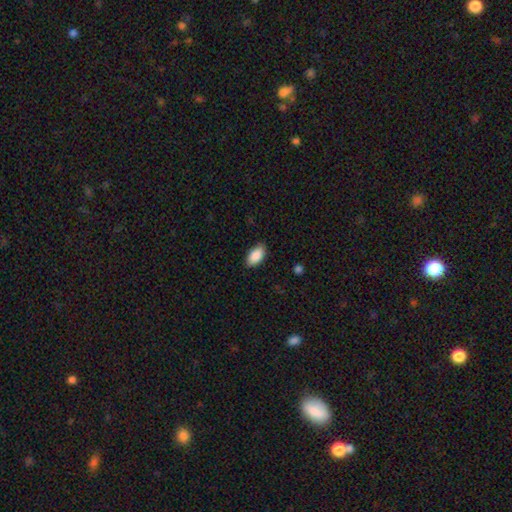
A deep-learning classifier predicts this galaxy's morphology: This is clearly a smooth galaxy (89%). How rounded: clearly in between (94%). Merging: clearly none (84%).